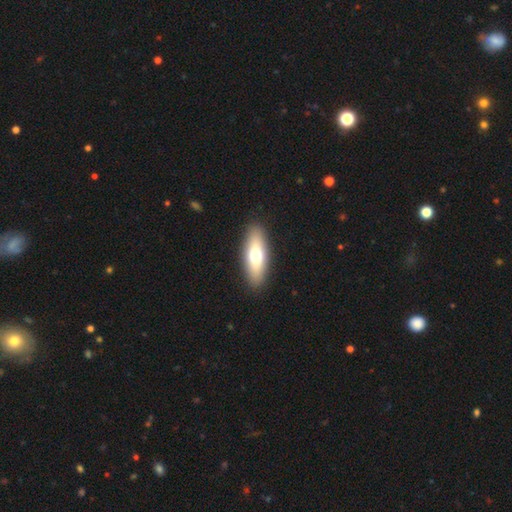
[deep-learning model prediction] A smooth galaxy with no disk features (67%) that is in between round and cigar-shaped (62%).

Vote fractions:
- Smooth or featured? smooth: 67% / featured or disk: 27% / star or artifact: 6%
- How rounded? in between: 62% / cigar-shaped: 35% / round: 3%
- Merging? none: 90% / minor disturbance: 7% / major disturbance: 2% / merger: 1%